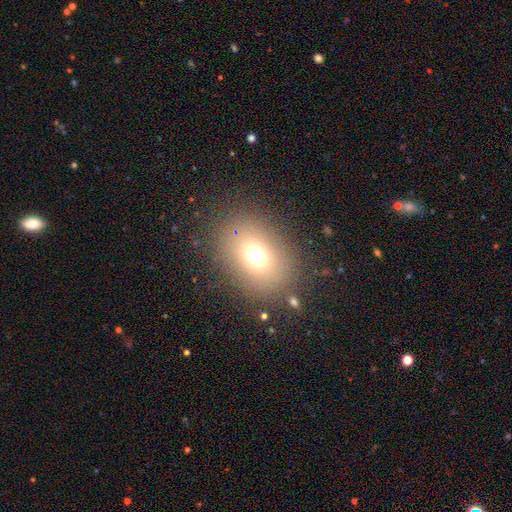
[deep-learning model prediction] This is likely a smooth galaxy (69%). How rounded: possibly in between (54%). Merging: clearly none (82%).